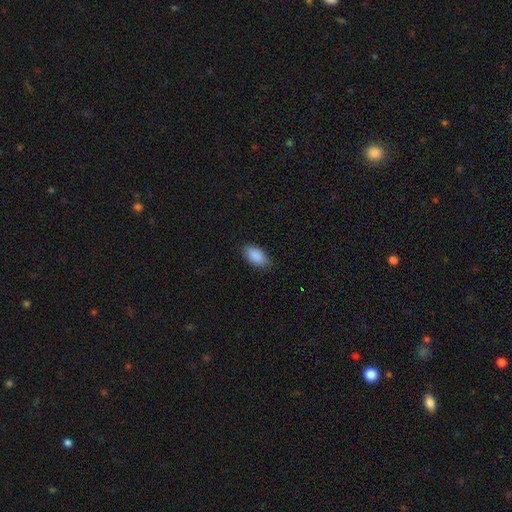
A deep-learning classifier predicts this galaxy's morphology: type=smooth (90%); roundness=in between (94%); merging=none (85%).